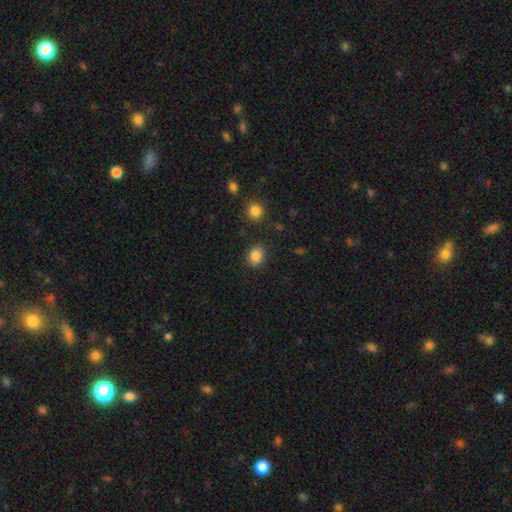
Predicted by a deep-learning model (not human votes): The model was most divided on "how rounded": in between: 51%, round: 48%, cigar-shaped: 1%. More confident: merging — none (86%); smooth or featured — smooth (86%).